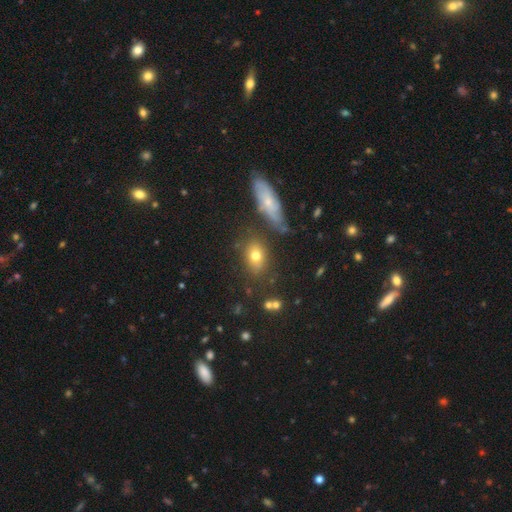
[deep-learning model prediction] A smooth galaxy with no disk features (72%) that is in between round and cigar-shaped (72%). Merging: none (73%).